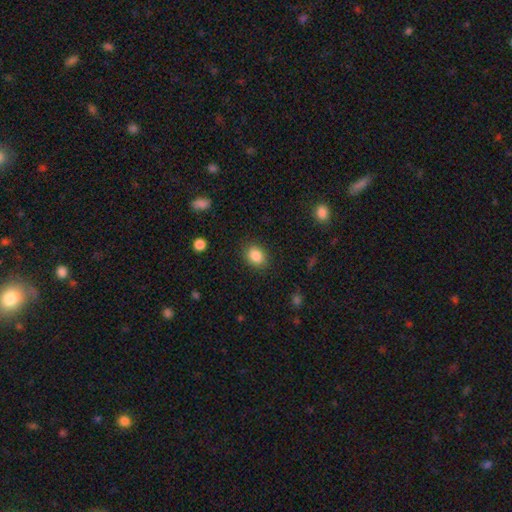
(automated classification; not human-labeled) Smooth or featured? Predicted: smooth (p=0.86). How rounded? Predicted: in between (p=0.57). Merging? Predicted: none (p=0.86).